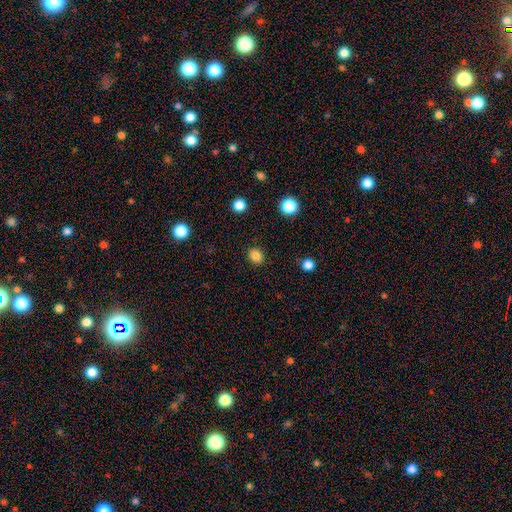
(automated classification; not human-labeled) Q: Smooth or featured?
A: smooth (85%); runner-up: star or artifact (12%)
Q: How rounded?
A: round (69%); runner-up: in between (31%)
Q: Merging?
A: none (90%); runner-up: minor disturbance (7%)